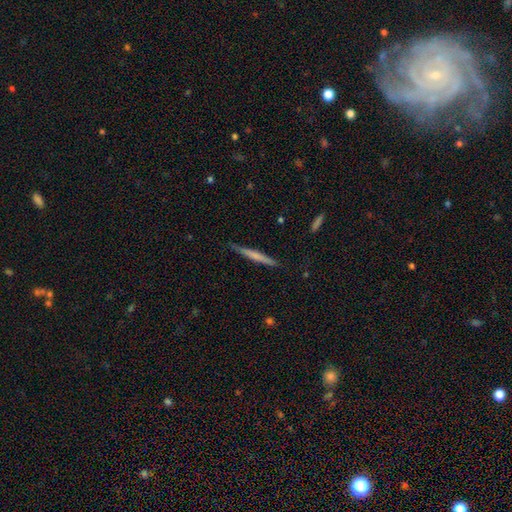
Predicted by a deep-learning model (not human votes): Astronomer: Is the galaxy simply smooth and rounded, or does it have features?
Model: smooth — 50% (runner-up: featured or disk, 44%).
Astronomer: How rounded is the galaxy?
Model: cigar-shaped — 96%.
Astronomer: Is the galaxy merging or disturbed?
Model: none — 84%.